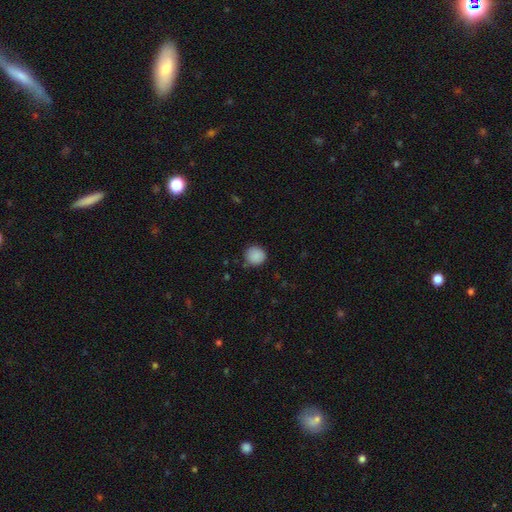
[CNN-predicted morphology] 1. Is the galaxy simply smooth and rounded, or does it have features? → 88% smooth, 8% star or artifact, 3% featured or disk.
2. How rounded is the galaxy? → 92% round, 7% in between, 1% cigar-shaped.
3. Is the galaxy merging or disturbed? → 83% none, 13% minor disturbance, 3% major disturbance, 2% merger.